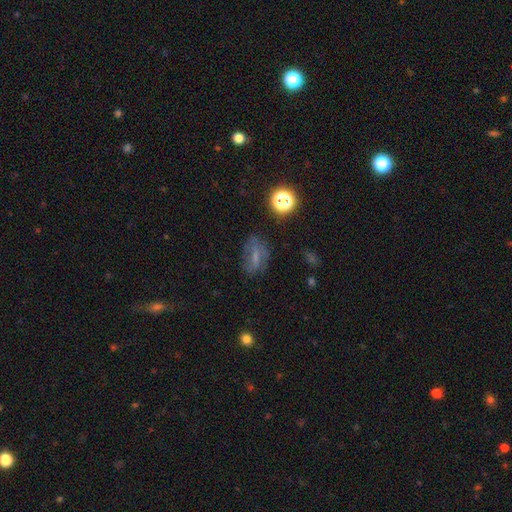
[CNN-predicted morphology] type=smooth (44%); merging=none (61%).